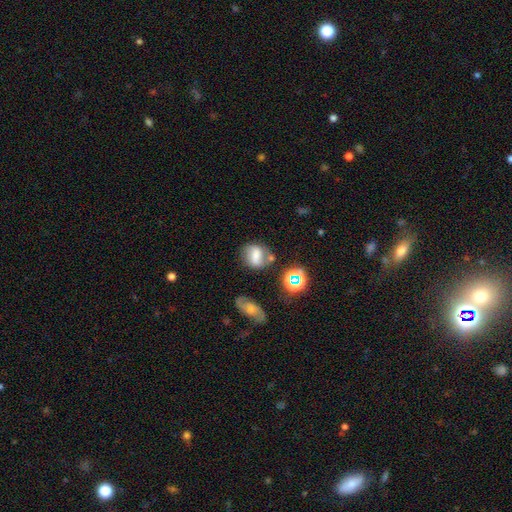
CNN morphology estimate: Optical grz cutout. It shows a smooth galaxy with no disk features (53%) that is in between round and cigar-shaped (49%). Merging: none (56%).